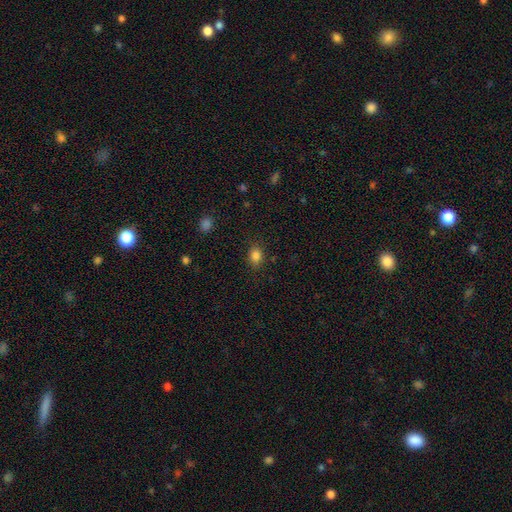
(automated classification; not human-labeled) smooth_or_featured: smooth (p=0.84) [alt: star or artifact p=0.11]
how_rounded: in between (p=0.62) [alt: round p=0.37]
merging: none (p=0.85) [alt: minor disturbance p=0.10]